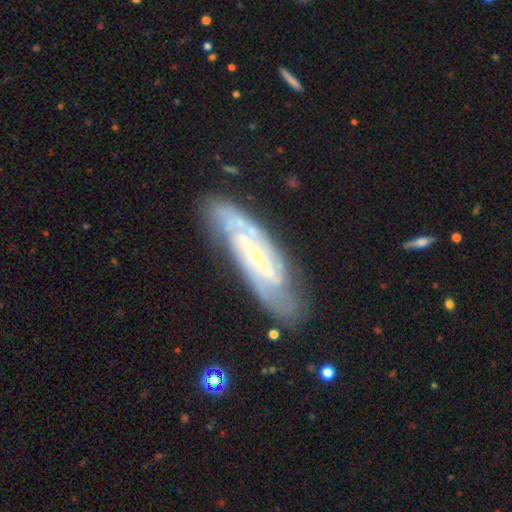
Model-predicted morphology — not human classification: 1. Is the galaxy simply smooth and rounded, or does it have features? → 85% featured or disk, 9% smooth, 6% star or artifact.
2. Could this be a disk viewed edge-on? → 84% no, 16% yes.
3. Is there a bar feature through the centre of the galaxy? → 37% weak, 33% no, 30% strong.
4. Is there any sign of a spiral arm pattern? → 94% yes, 6% no.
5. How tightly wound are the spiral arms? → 55% tight, 36% medium, 10% loose.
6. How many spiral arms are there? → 51% 2, 26% can't tell, 11% 3, 5% 4, 3% 1, 3% more than 4.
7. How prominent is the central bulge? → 76% small, 20% moderate, 2% none, 1% large, 1% dominant.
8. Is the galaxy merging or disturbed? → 80% none, 14% minor disturbance, 4% major disturbance, 2% merger.